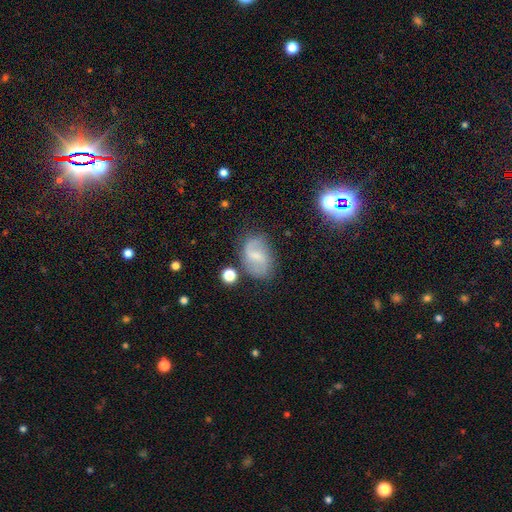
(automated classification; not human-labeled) The model was most divided on "spiral winding": loose: 45%, medium: 40%, tight: 15%. More confident: edge-on disk — no (97%); spiral arms — yes (87%); spiral arm count — 2 (81%); merging — none (69%); smooth or featured — featured or disk (62%); bar — weak (56%); bulge size — small (51%).